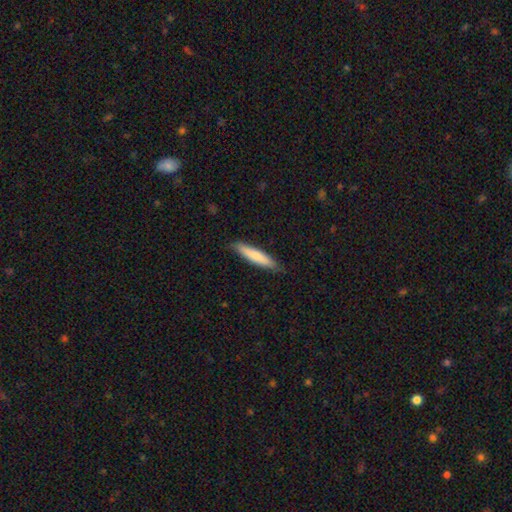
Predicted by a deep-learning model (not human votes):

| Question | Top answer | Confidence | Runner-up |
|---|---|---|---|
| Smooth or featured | smooth | 75% | featured or disk (20%) |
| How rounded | cigar-shaped | 88% | in between (11%) |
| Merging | none | 86% | minor disturbance (11%) |